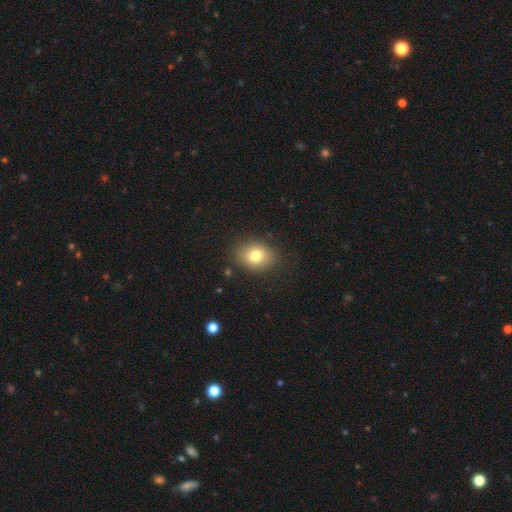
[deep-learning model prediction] A smooth galaxy with no disk features (77%) that is in between round and cigar-shaped (60%). Merging: none (83%).